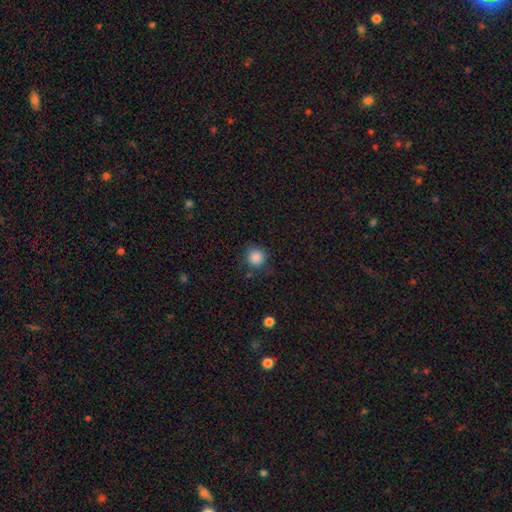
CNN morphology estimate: Smooth or featured?
  - smooth: 86% *
  - star or artifact: 11%
  - featured or disk: 3%
How rounded?
  - round: 91% *
  - in between: 8%
  - cigar-shaped: 1%
Merging?
  - none: 82% *
  - minor disturbance: 13%
  - major disturbance: 4%
  - merger: 2%